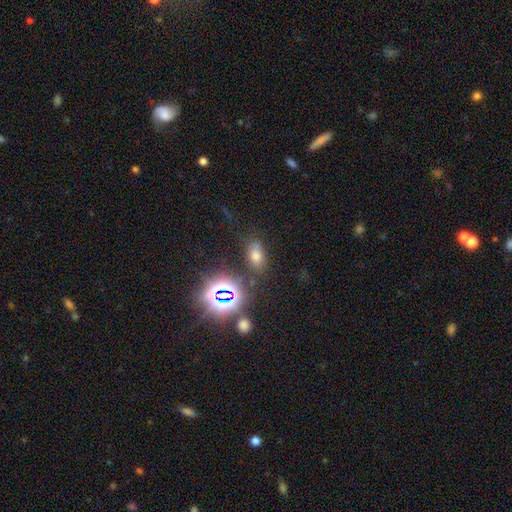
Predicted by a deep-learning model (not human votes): Q: Smooth or featured?
A: smooth (57%); runner-up: star or artifact (33%)
Q: How rounded?
A: in between (85%); runner-up: round (11%)
Q: Merging?
A: none (75%); runner-up: minor disturbance (14%)